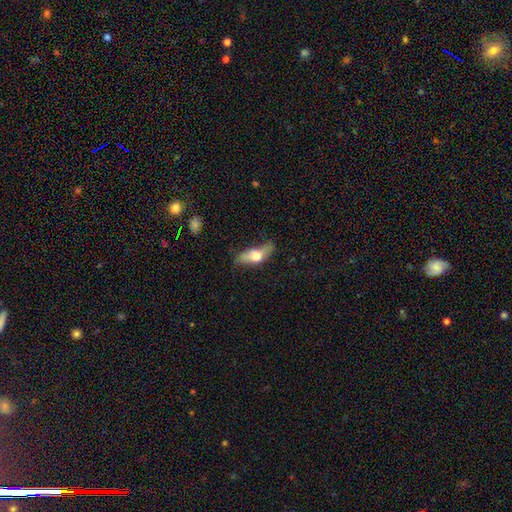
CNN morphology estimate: smooth-or-featured: smooth: 52% | featured or disk: 41% | star or artifact: 8%
  how-rounded: in between: 62% | cigar-shaped: 33% | round: 5%
  merging: none: 52% | minor disturbance: 28% | major disturbance: 16% | merger: 4%